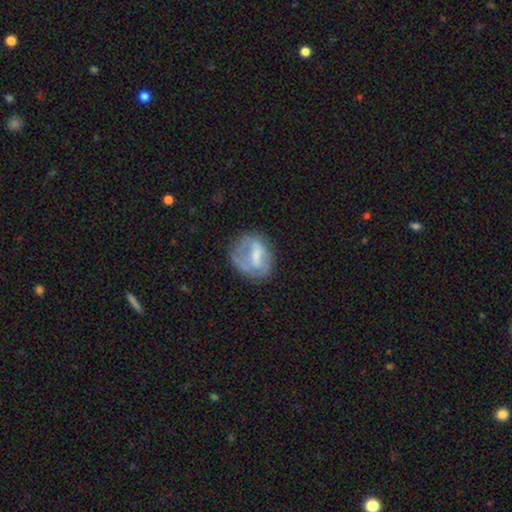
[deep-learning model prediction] Smooth or featured?
  - featured or disk: 50% *
  - smooth: 43%
  - star or artifact: 8%
Merging?
  - none: 54% *
  - minor disturbance: 25%
  - major disturbance: 18%
  - merger: 3%